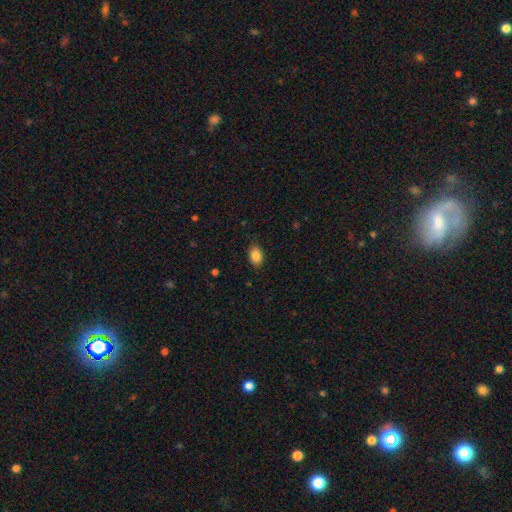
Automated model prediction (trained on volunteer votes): smooth 87%, star or artifact 8%, featured or disk 5%. Down the decision tree: how rounded — in between (83%); merging — none (85%).